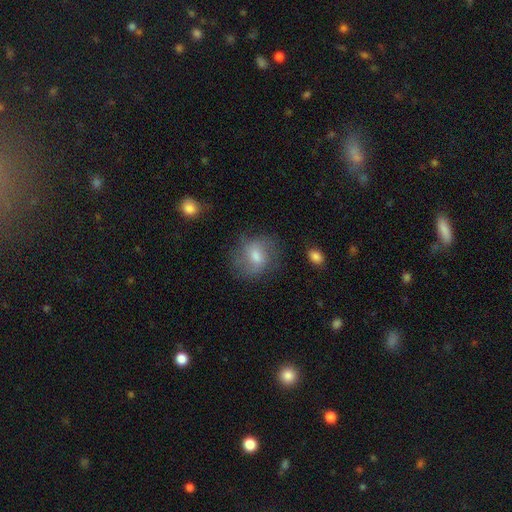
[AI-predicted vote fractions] Smooth or featured? smooth (51%)
How rounded? round (58%)
Merging? none (67%)